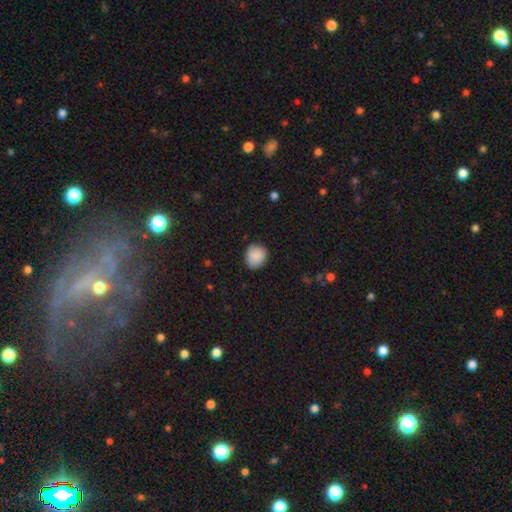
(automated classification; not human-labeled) Smooth or featured? smooth (89%)
How rounded? round (77%)
Merging? none (83%)